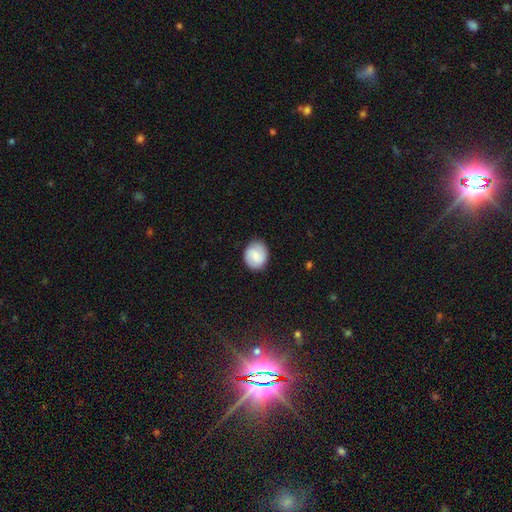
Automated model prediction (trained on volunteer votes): This is likely a smooth galaxy (64%). How rounded: likely round (72%). Merging: clearly none (85%).